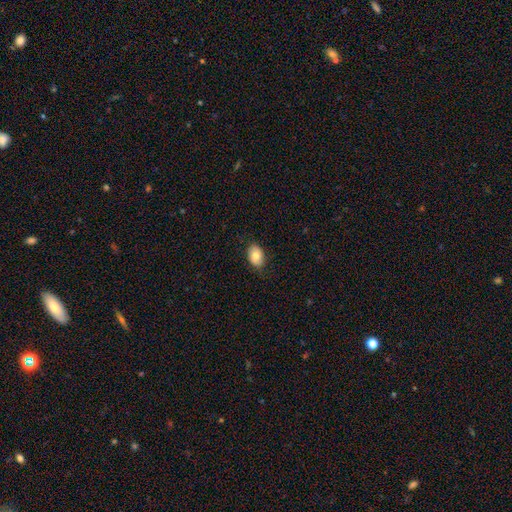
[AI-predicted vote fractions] Overall: smooth (78%). How rounded: in between (84%). Merging: none (84%).